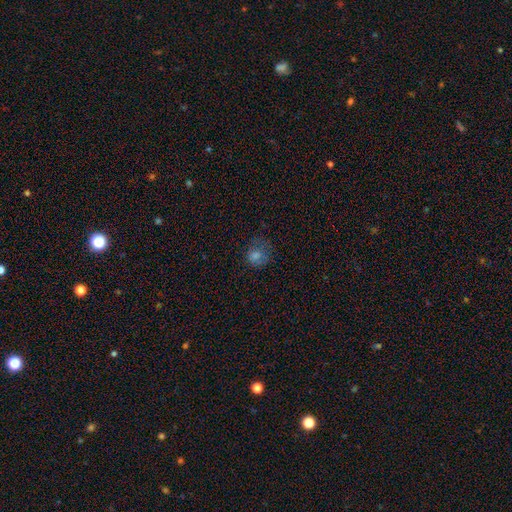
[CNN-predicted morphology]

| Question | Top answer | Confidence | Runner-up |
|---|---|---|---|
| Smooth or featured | smooth | 66% | star or artifact (19%) |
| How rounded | round | 75% | in between (24%) |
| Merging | none | 54% | minor disturbance (23%) |